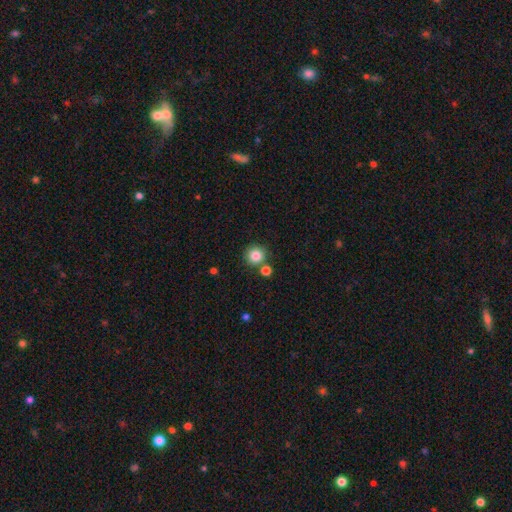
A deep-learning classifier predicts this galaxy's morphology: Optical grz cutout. It shows a smooth galaxy with no disk features (84%) that is round (94%). Merging: none (78%).